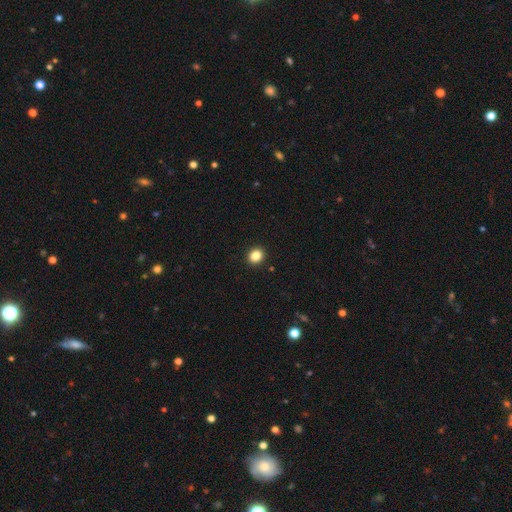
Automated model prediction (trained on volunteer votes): Morphology: type=smooth (85%); roundness=round (72%); merging=none (93%).